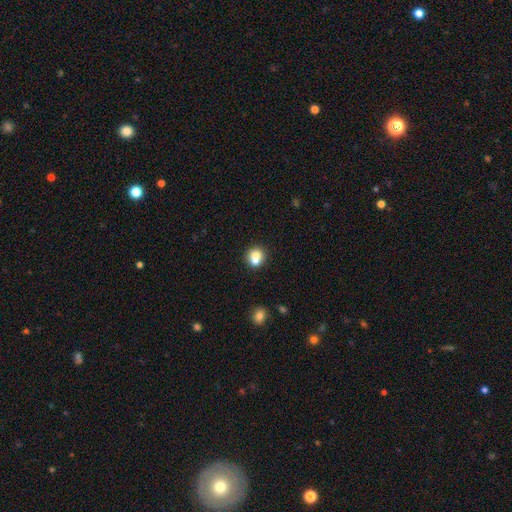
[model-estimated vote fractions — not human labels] The model was most divided on "merging" (2-way tie): none: 45%, merger: 45%, minor disturbance: 8%, major disturbance: 3%. More confident: how rounded — round (84%); smooth or featured — smooth (72%).